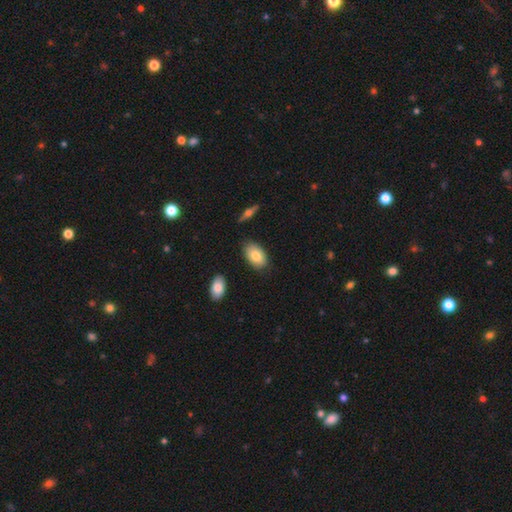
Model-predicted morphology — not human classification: smooth 81%, featured or disk 13%, star or artifact 6%. Down the decision tree: how rounded — in between (93%); merging — none (81%).